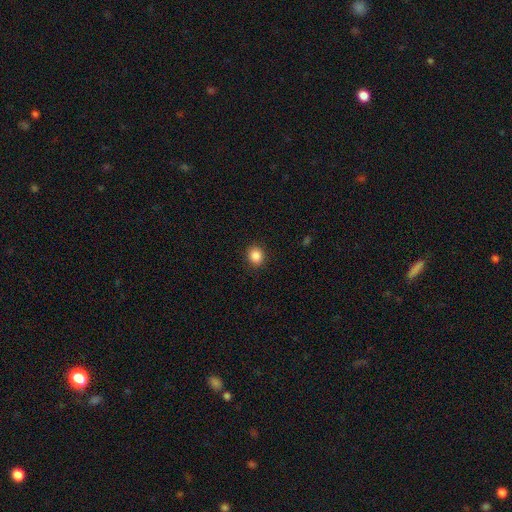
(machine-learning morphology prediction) Smooth or featured?
  - smooth: 87% *
  - star or artifact: 10%
  - featured or disk: 3%
How rounded?
  - round: 76% *
  - in between: 23%
  - cigar-shaped: 1%
Merging?
  - none: 90% *
  - minor disturbance: 7%
  - major disturbance: 2%
  - merger: 1%